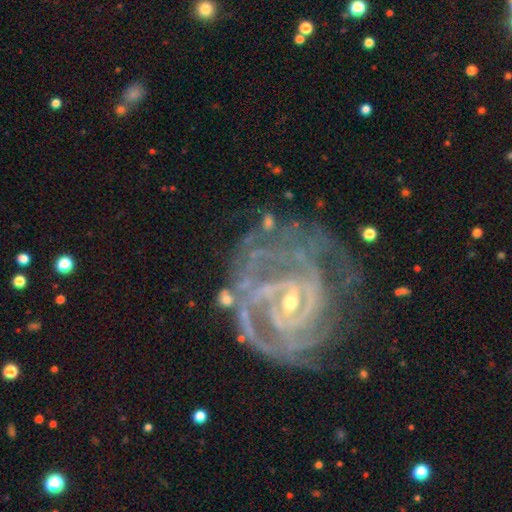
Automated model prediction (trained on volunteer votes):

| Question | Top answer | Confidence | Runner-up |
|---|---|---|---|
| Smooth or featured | featured or disk | 88% | star or artifact (7%) |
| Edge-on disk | no | 97% | yes (3%) |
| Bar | strong | 40% | weak (38%) |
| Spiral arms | yes | 95% | no (5%) |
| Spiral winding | tight | 63% | medium (30%) |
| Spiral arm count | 2 | 25% | can't tell (24%) |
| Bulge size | small | 66% | moderate (29%) |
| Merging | none | 54% | minor disturbance (20%) |